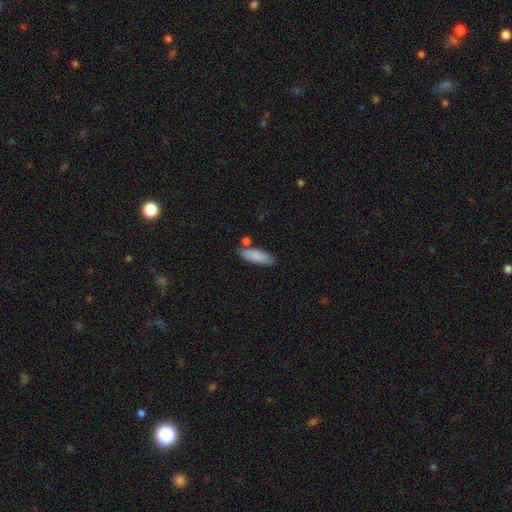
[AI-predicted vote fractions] smooth-or-featured: smooth: 86% | featured or disk: 8% | star or artifact: 6%
  how-rounded: in between: 58% | cigar-shaped: 40% | round: 2%
  merging: none: 73% | minor disturbance: 15% | merger: 9% | major disturbance: 3%